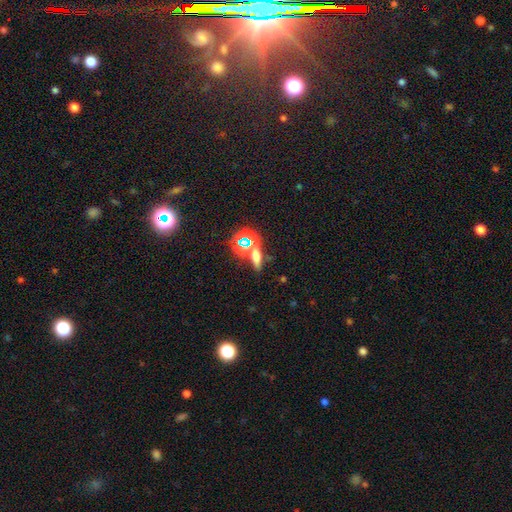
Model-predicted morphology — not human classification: Smooth or featured? smooth (45%)
Merging? none (66%)